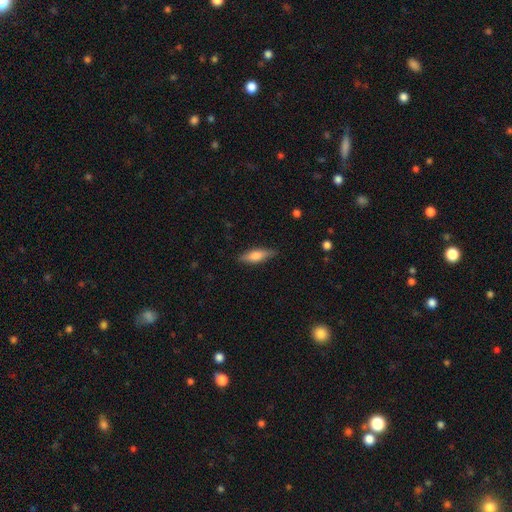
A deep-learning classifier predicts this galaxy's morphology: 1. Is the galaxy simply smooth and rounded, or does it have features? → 67% smooth, 27% featured or disk, 6% star or artifact.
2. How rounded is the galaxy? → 49% cigar-shaped (tied), 49% in between (tied), 2% round.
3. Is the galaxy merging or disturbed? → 83% none, 14% minor disturbance, 3% major disturbance, 1% merger.